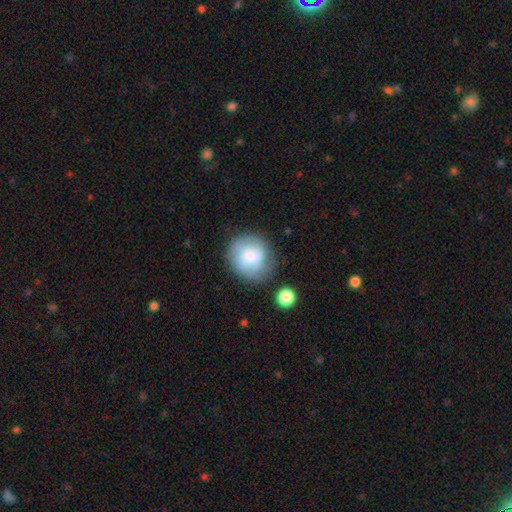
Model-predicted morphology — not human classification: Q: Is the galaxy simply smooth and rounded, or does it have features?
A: smooth — 64%.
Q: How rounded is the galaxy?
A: round — 84%.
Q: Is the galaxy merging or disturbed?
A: none — 65%.